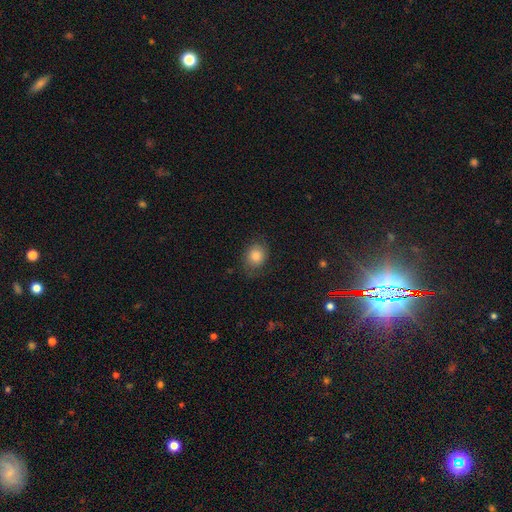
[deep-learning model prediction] A smooth galaxy with no disk features (78%) that is round (57%).

Vote fractions:
- Smooth or featured? smooth: 78% / featured or disk: 13% / star or artifact: 10%
- How rounded? round: 57% / in between: 42% / cigar-shaped: 1%
- Merging? none: 69% / minor disturbance: 21% / major disturbance: 8% / merger: 1%